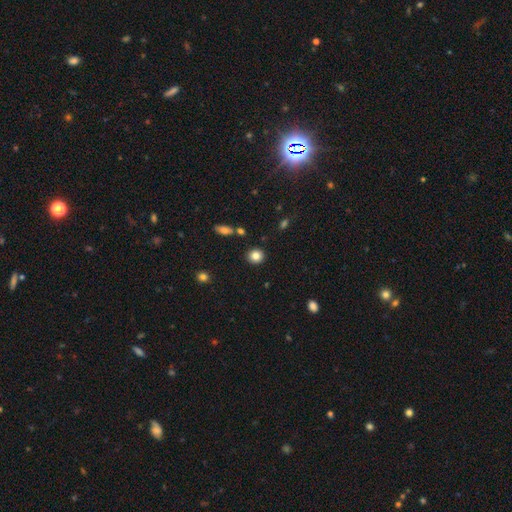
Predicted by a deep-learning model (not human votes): smooth_or_featured: smooth (p=0.83) [alt: star or artifact p=0.10]
how_rounded: round (p=0.86) [alt: in between p=0.13]
merging: none (p=0.89) [alt: minor disturbance p=0.06]